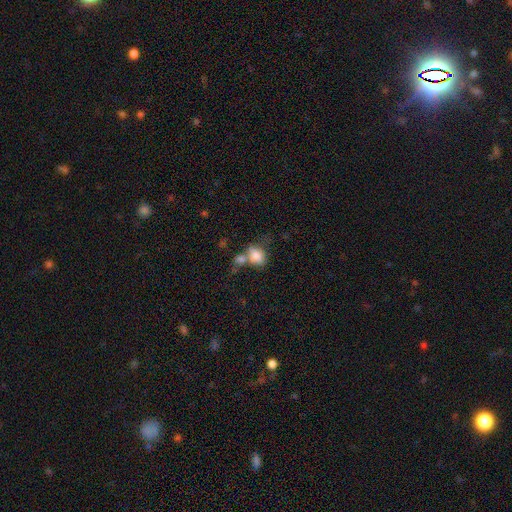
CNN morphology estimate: smooth_or_featured: smooth (p=0.75) [alt: featured or disk p=0.15]
how_rounded: in between (p=0.70) [alt: round p=0.29]
merging: merger (p=0.47) [alt: none p=0.27]